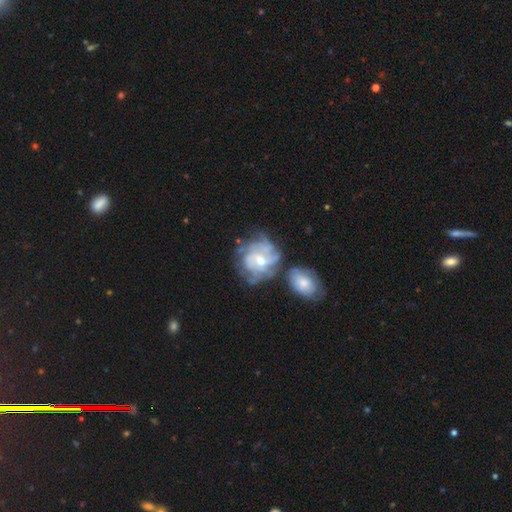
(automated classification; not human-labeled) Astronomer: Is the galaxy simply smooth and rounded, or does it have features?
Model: featured or disk — 77%.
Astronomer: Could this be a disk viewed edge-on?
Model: no — 97%.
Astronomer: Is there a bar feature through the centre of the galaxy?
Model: no — 72%.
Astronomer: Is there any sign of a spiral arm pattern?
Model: yes — 84%.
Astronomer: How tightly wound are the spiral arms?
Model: tight — 54% (runner-up: medium, 32%).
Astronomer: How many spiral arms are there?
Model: can't tell — 44%.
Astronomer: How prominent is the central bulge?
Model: moderate — 49% (runner-up: small, 46%).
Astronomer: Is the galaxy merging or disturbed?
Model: none — 47%.